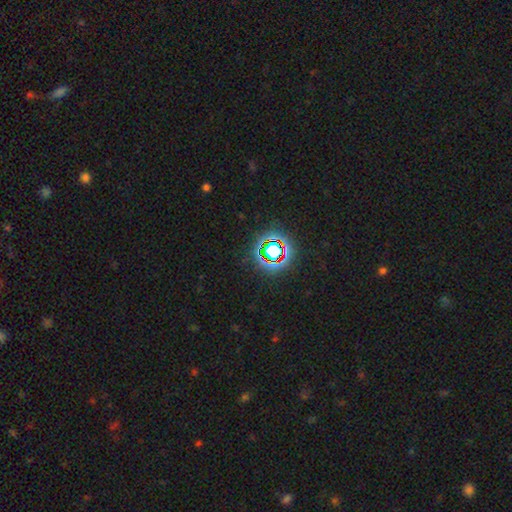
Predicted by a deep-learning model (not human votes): A star or artifact, not a galaxy (73%).